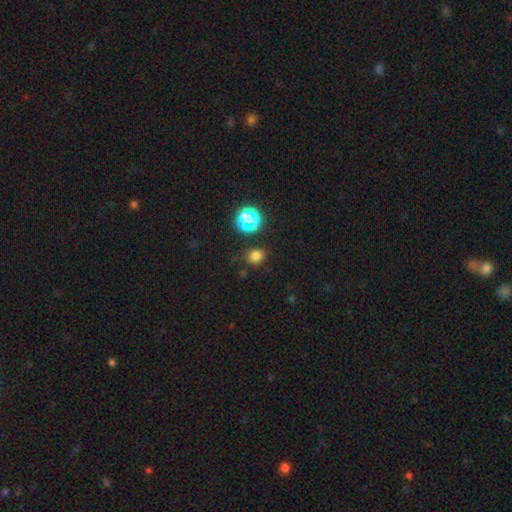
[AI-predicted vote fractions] Smooth or featured: smooth — 72% (star or artifact — 22%)
How rounded: round — 62% (in between — 37%)
Merging: none — 79% (minor disturbance — 13%)